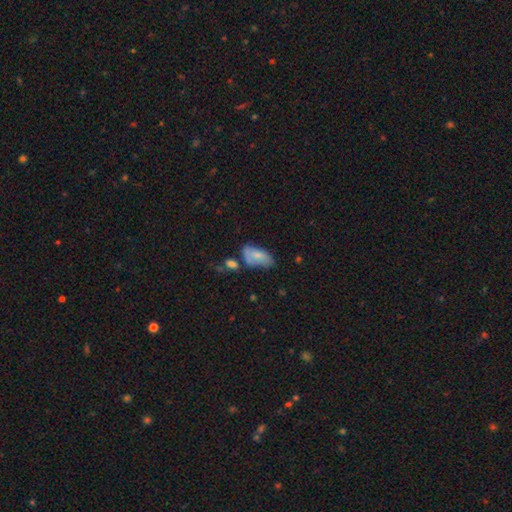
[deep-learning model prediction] Smooth or featured? smooth (74%)
How rounded? in between (92%)
Merging? none (40%)